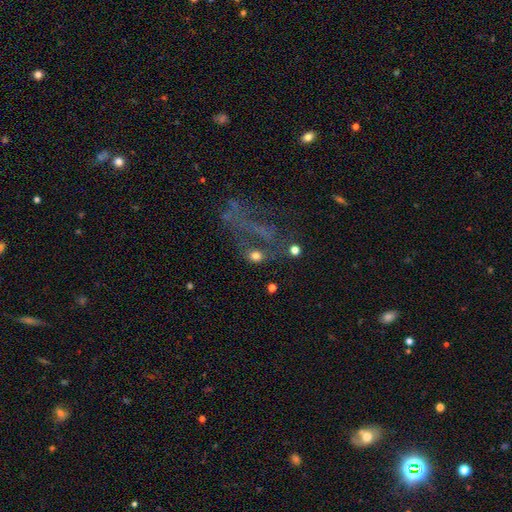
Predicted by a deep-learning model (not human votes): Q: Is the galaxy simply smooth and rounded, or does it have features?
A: smooth — 64%.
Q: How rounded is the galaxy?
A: round — 56%.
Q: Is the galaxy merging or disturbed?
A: none — 48%.